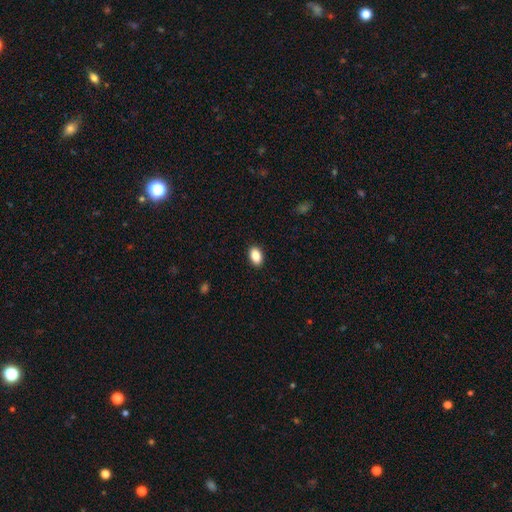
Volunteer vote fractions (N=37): Volunteers were most divided on "smooth or featured": smooth: 89%, featured or disk: 5%, star or artifact: 5%. More confident: how rounded — in between (97%); merging — none (94%).